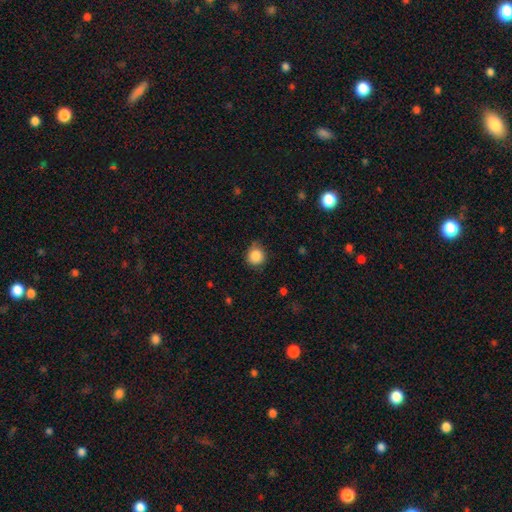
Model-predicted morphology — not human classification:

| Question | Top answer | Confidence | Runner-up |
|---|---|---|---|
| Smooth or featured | smooth | 86% | star or artifact (9%) |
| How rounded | round | 87% | in between (12%) |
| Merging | none | 70% | minor disturbance (24%) |